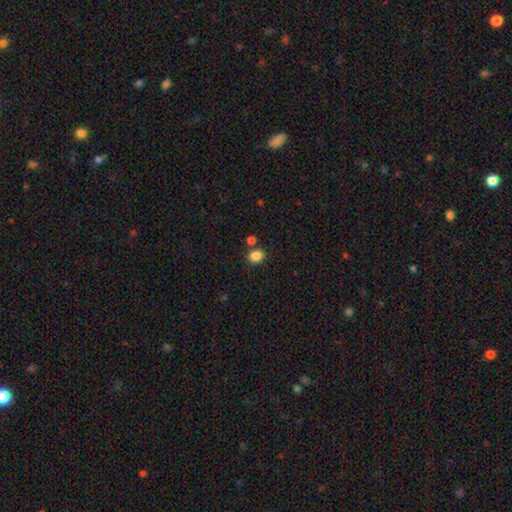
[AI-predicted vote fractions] Q: Smooth or featured?
A: smooth (85%); runner-up: star or artifact (11%)
Q: How rounded?
A: round (68%); runner-up: in between (31%)
Q: Merging?
A: none (77%); runner-up: merger (11%)